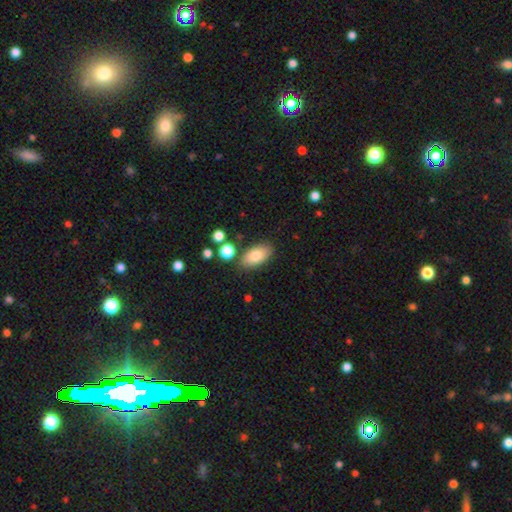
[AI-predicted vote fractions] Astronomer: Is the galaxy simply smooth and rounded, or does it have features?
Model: smooth — 78%.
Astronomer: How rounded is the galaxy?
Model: in between — 91%.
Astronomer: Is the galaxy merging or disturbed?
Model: none — 81%.